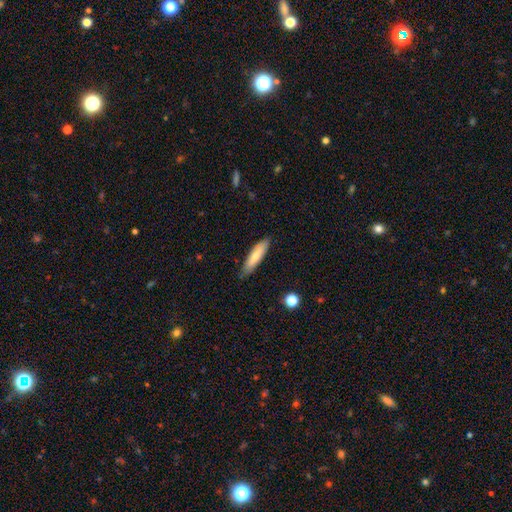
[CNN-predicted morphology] Overall: smooth (72%). How rounded: cigar-shaped (73%). Merging: none (83%).